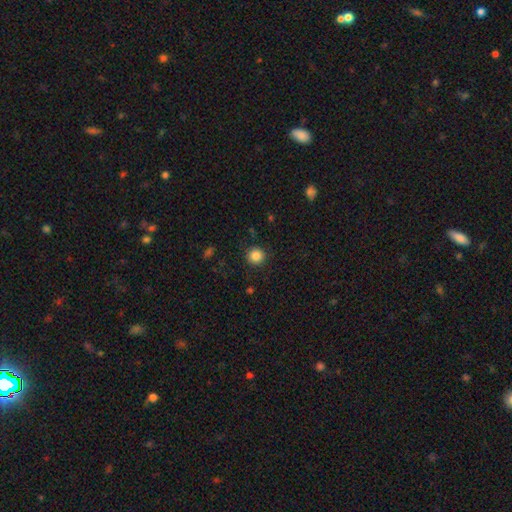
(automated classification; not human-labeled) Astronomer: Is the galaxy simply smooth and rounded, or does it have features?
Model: smooth — 85%.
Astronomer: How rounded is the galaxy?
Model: round — 93%.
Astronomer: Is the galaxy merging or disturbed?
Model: none — 90%.